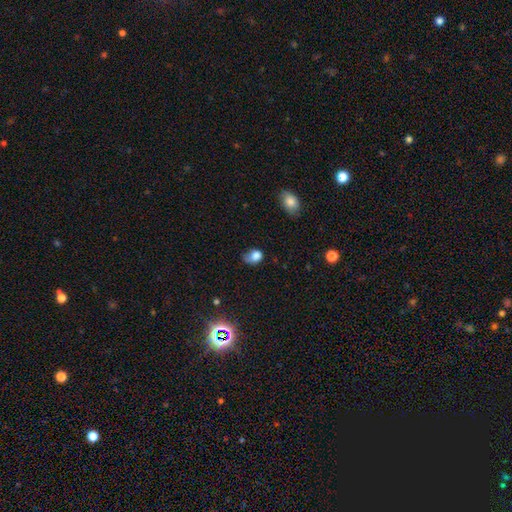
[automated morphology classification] smooth-or-featured: smooth: 77% | featured or disk: 12% | star or artifact: 11%
  how-rounded: in between: 57% | round: 41% | cigar-shaped: 1%
  merging: minor disturbance: 37% | none: 33% | major disturbance: 25% | merger: 5%